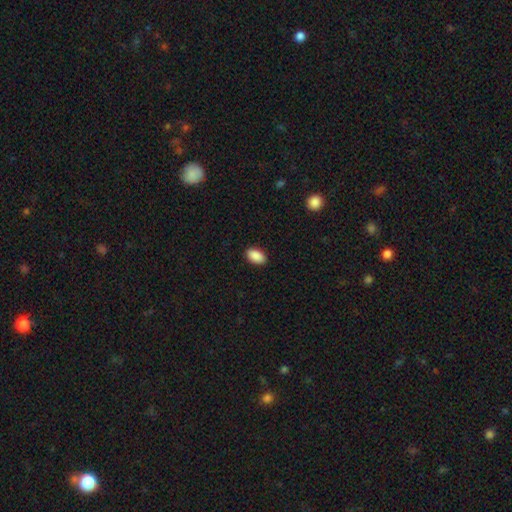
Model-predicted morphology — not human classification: smooth_or_featured: smooth (p=0.91) [alt: star or artifact p=0.07]
how_rounded: in between (p=0.94) [alt: round p=0.04]
merging: none (p=0.90) [alt: minor disturbance p=0.07]